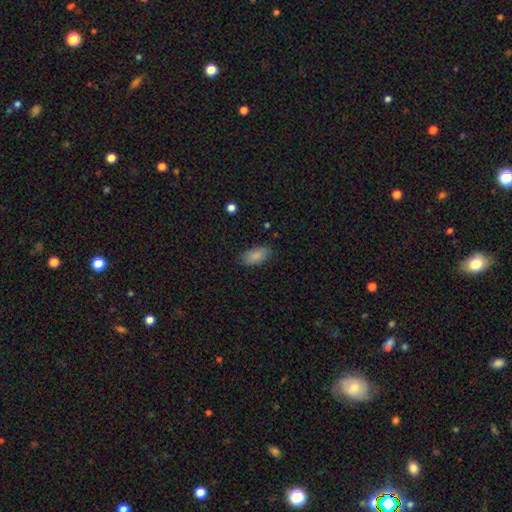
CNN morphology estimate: A smooth galaxy with no disk features (86%) that is in between round and cigar-shaped (92%).

Vote fractions:
- Smooth or featured? smooth: 86% / star or artifact: 7% / featured or disk: 6%
- How rounded? in between: 92% / cigar-shaped: 5% / round: 3%
- Merging? none: 84% / minor disturbance: 12% / major disturbance: 3% / merger: 1%